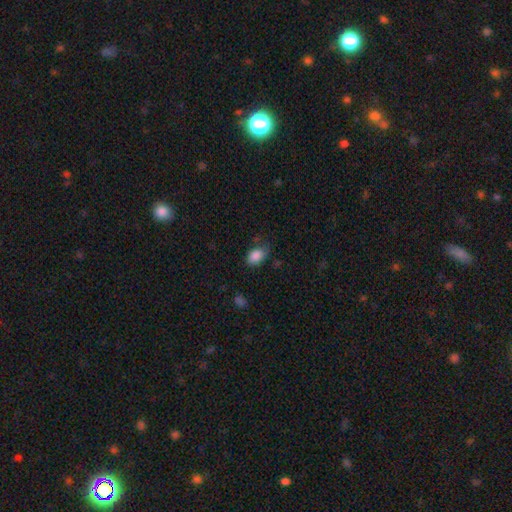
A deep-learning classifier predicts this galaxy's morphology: Smooth or featured? smooth (87%)
How rounded? in between (88%)
Merging? none (63%)